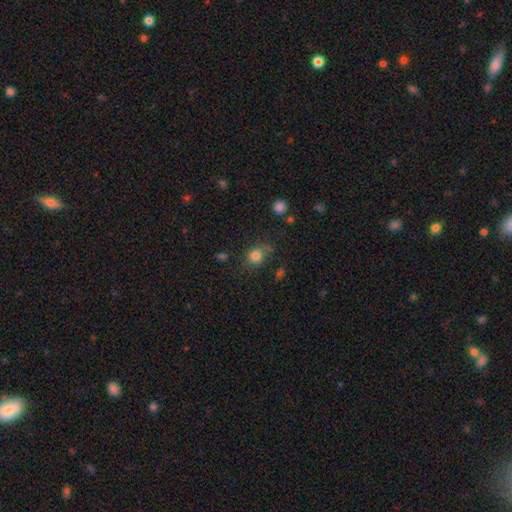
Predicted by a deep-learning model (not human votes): Smooth or featured?
  - smooth: 81% *
  - star or artifact: 12%
  - featured or disk: 6%
How rounded?
  - round: 75% *
  - in between: 24%
  - cigar-shaped: 1%
Merging?
  - none: 66% *
  - minor disturbance: 21%
  - major disturbance: 8%
  - merger: 5%